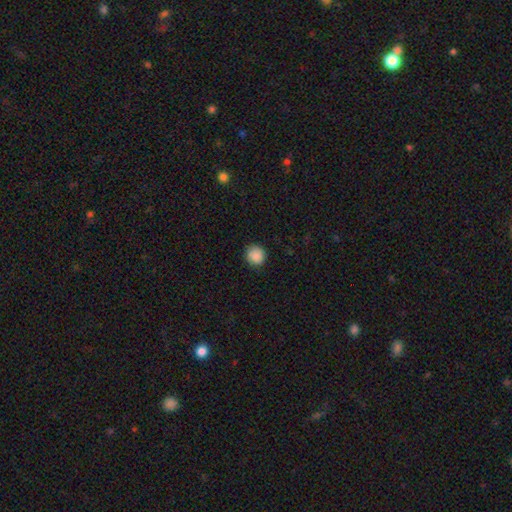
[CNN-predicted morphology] smooth_or_featured: smooth (p=0.88) [alt: star or artifact p=0.09]
how_rounded: round (p=0.90) [alt: in between p=0.09]
merging: none (p=0.88) [alt: minor disturbance p=0.09]